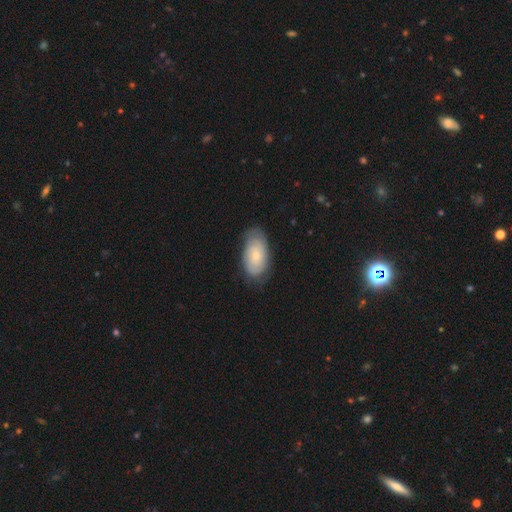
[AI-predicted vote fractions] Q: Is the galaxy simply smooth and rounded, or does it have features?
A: smooth — 47%.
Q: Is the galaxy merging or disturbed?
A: none — 71%.